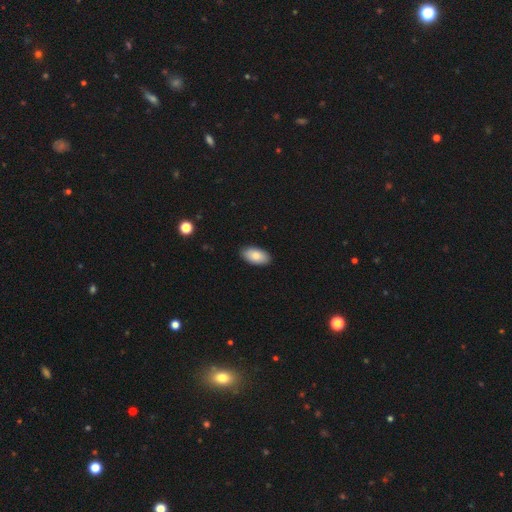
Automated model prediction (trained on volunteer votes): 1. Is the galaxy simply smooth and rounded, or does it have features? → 85% smooth, 9% featured or disk, 6% star or artifact.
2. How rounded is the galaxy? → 95% in between, 3% round, 2% cigar-shaped.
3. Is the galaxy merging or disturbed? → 90% none, 8% minor disturbance, 2% major disturbance, 1% merger.